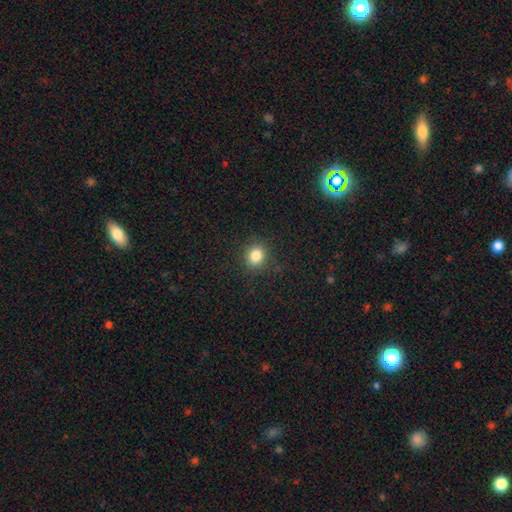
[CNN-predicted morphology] Smooth or featured? Predicted: smooth (p=0.83). How rounded? Predicted: round (p=0.75). Merging? Predicted: none (p=0.87).